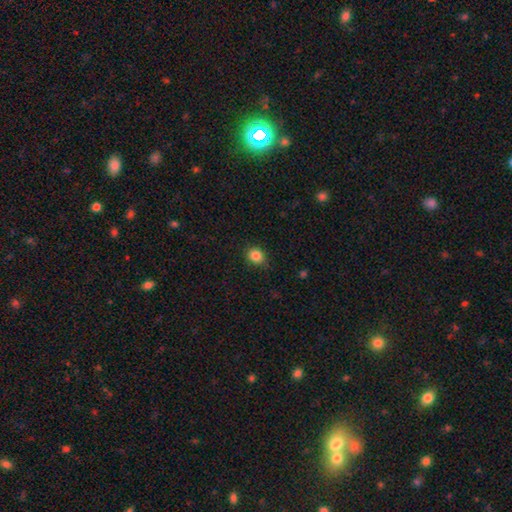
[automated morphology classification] Smooth or featured?
  - smooth: 85% *
  - star or artifact: 11%
  - featured or disk: 4%
How rounded?
  - round: 70% *
  - in between: 29%
  - cigar-shaped: 1%
Merging?
  - none: 87% *
  - minor disturbance: 10%
  - major disturbance: 2%
  - merger: 1%